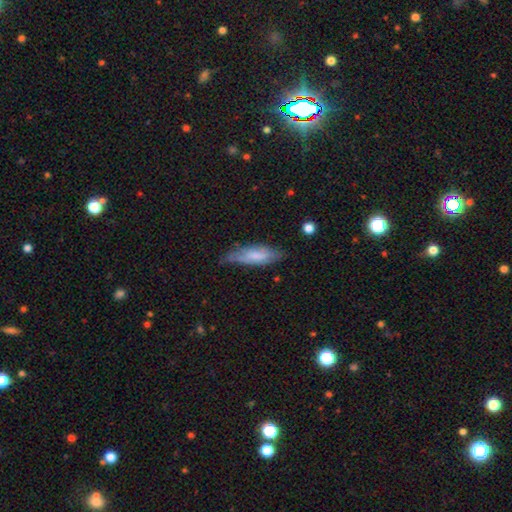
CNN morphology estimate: Smooth or featured: smooth — 60% (featured or disk — 34%)
How rounded: in between — 54% (cigar-shaped — 44%)
Merging: none — 57% (minor disturbance — 31%)